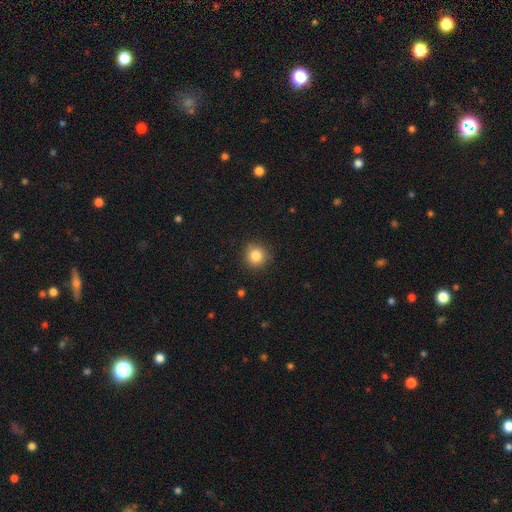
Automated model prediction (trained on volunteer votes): A smooth galaxy with no disk features (83%) that is round (93%).

Vote fractions:
- Smooth or featured? smooth: 83% / star or artifact: 11% / featured or disk: 6%
- How rounded? round: 93% / in between: 6% / cigar-shaped: 1%
- Merging? none: 89% / minor disturbance: 8% / major disturbance: 2% / merger: 1%